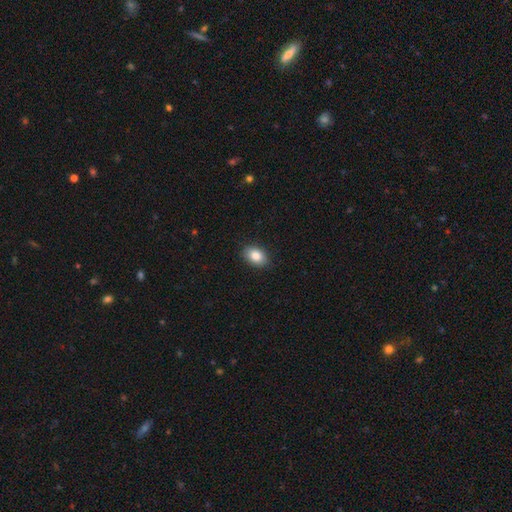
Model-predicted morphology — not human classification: The model was most divided on "how rounded": in between: 81%, round: 18%, cigar-shaped: 1%. More confident: merging — none (88%); smooth or featured — smooth (85%).